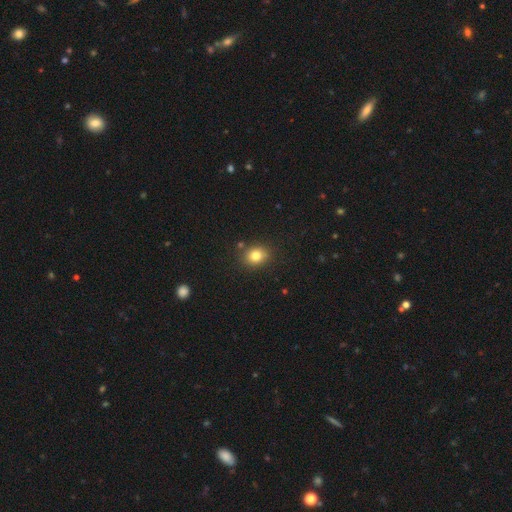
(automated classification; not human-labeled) This appears to be a smooth galaxy with no disk features (81%) that is round (61%). Merging: none (83%).